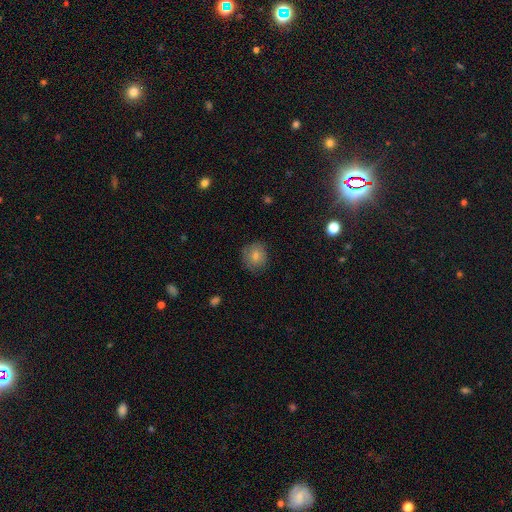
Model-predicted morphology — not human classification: smooth_or_featured: smooth (p=0.80) [alt: featured or disk p=0.11]
how_rounded: round (p=0.81) [alt: in between p=0.18]
merging: none (p=0.79) [alt: minor disturbance p=0.16]